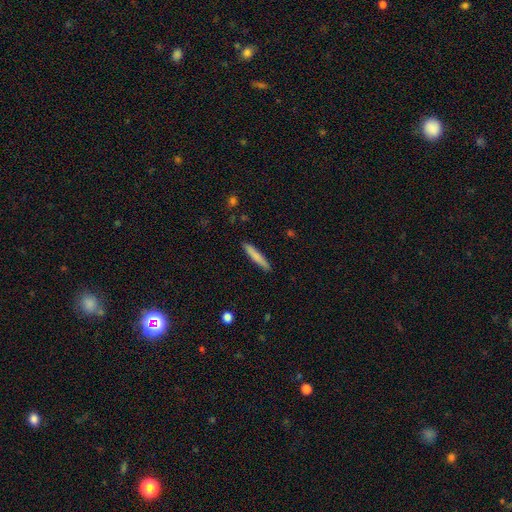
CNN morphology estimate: The model was most divided on "smooth or featured": smooth: 77%, featured or disk: 17%, star or artifact: 6%. More confident: how rounded — cigar-shaped (94%); merging — none (91%).